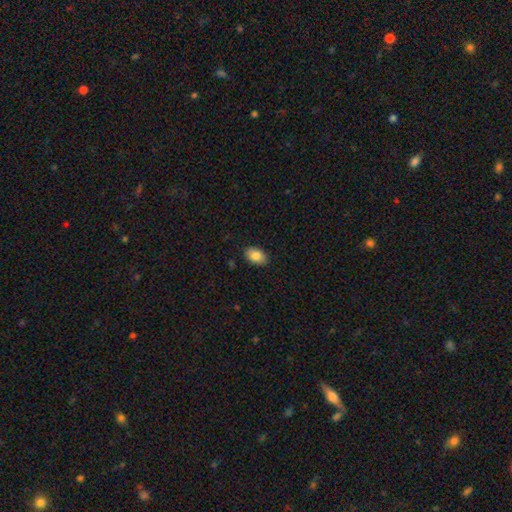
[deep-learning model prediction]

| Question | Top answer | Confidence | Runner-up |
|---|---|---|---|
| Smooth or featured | smooth | 86% | star or artifact (8%) |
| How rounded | in between | 88% | round (11%) |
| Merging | none | 88% | minor disturbance (9%) |